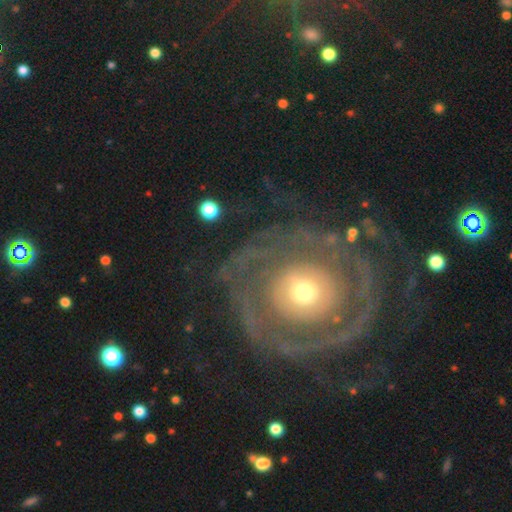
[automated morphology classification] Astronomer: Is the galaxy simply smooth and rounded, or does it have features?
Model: featured or disk — 81%.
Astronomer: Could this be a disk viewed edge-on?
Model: no — 97%.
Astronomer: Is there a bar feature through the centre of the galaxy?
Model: no — 87%.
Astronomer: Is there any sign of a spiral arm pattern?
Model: yes — 74%.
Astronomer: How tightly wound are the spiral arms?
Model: tight — 74%.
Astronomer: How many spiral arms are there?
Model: can't tell — 36% (runner-up: 2, 23%).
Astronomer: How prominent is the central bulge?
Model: moderate — 52% (runner-up: small, 37%).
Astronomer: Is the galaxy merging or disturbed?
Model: none — 72%.